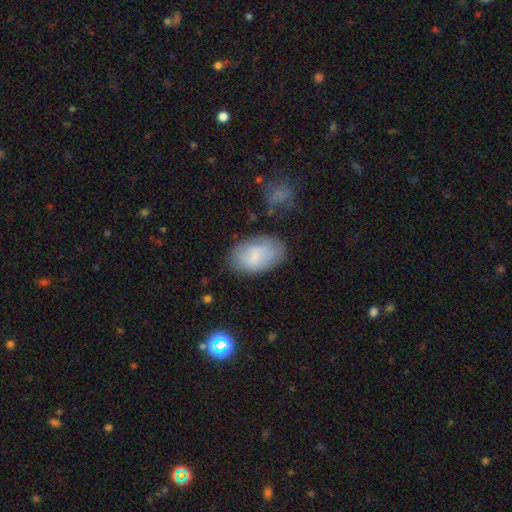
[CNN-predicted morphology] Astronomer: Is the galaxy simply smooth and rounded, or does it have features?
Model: smooth — 74%.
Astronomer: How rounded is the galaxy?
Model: in between — 92%.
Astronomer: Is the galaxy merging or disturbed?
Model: none — 70%.